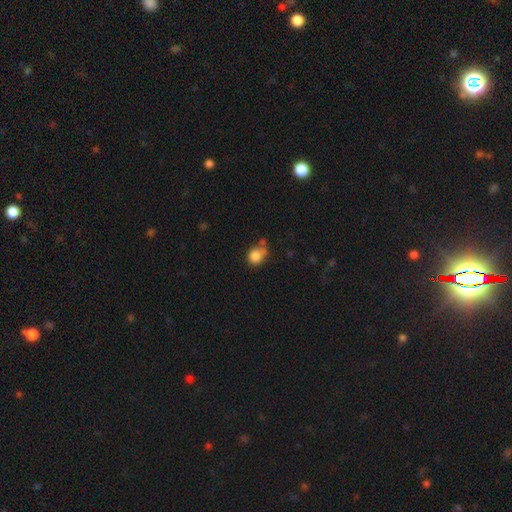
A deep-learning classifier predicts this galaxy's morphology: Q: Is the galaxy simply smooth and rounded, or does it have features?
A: smooth — 83%.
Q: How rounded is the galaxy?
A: round — 76%.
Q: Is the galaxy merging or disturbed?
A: none — 53%.